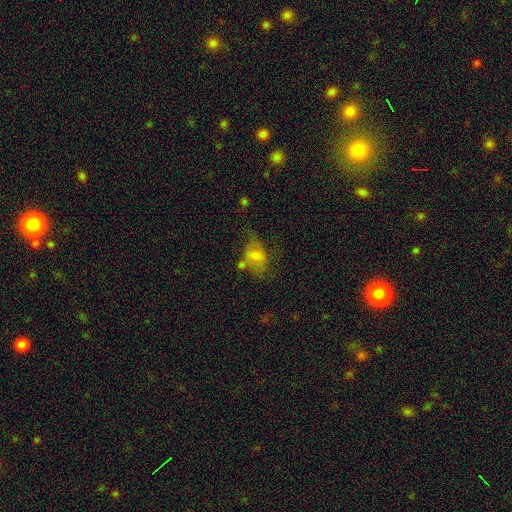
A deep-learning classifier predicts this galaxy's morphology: Smooth or featured? smooth (60%)
How rounded? in between (80%)
Merging? none (34%)